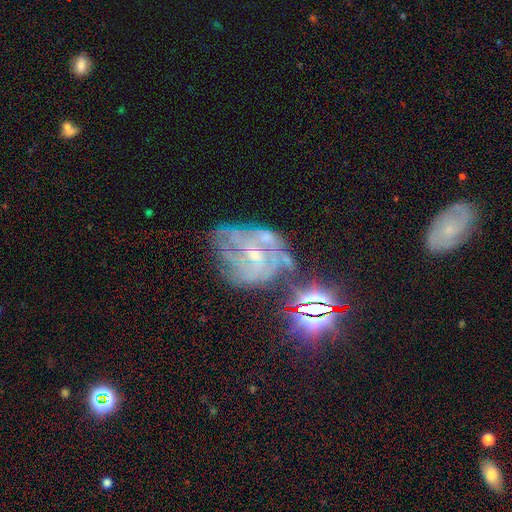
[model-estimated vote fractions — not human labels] Morphology: type=featured or disk (65%); edge-on=no (97%); bar=no (69%); spiral arms=yes (70%); bulge=small (64%); merging=none (44%).